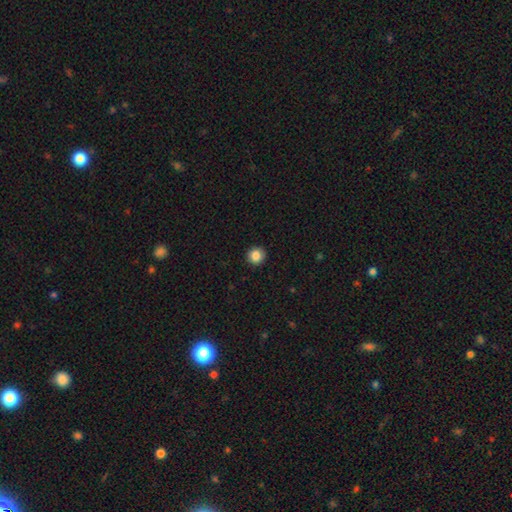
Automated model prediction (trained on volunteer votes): smooth 86%, star or artifact 10%, featured or disk 4%. Down the decision tree: how rounded — round (93%); merging — none (93%).